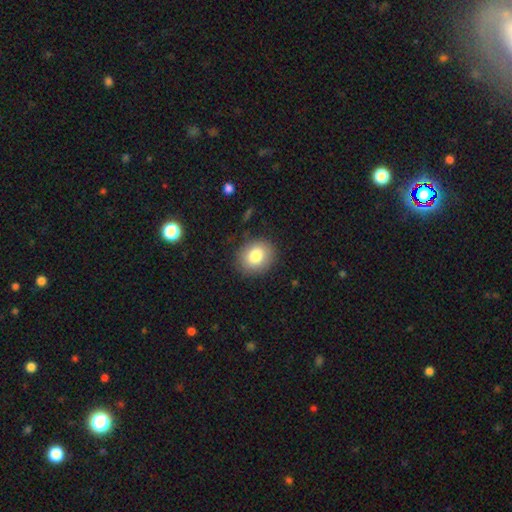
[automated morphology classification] type=smooth (81%); roundness=round (65%); merging=none (87%).